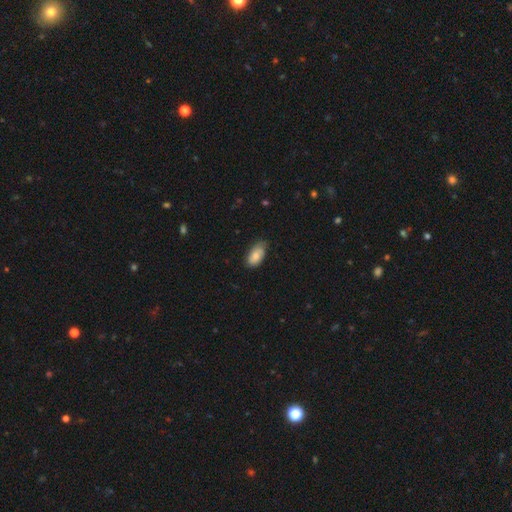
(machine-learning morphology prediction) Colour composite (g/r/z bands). It shows a smooth galaxy with no disk features (77%) that is in between round and cigar-shaped (93%). Merging: none (67%).